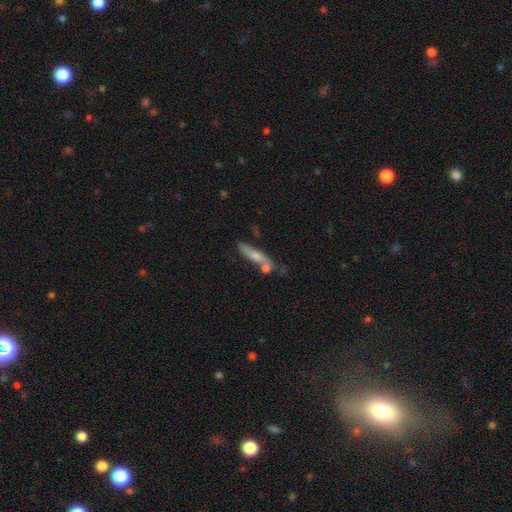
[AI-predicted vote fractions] Smooth or featured: smooth — 53% (featured or disk — 40%)
How rounded: cigar-shaped — 81% (in between — 16%)
Merging: none — 53% (merger — 23%)